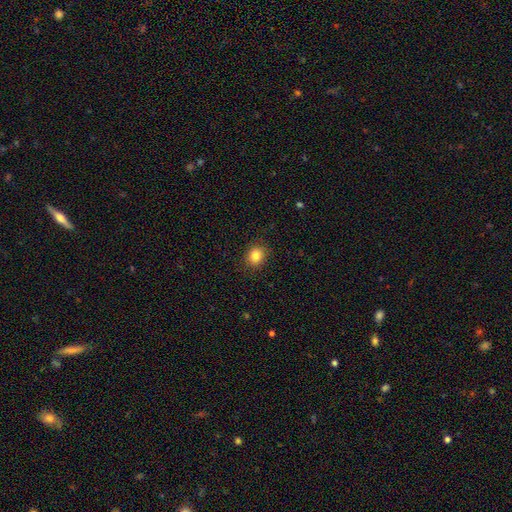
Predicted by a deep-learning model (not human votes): smooth-or-featured: smooth: 84% | star or artifact: 11% | featured or disk: 5%
  how-rounded: round: 72% | in between: 27% | cigar-shaped: 1%
  merging: none: 89% | minor disturbance: 8% | major disturbance: 2% | merger: 1%